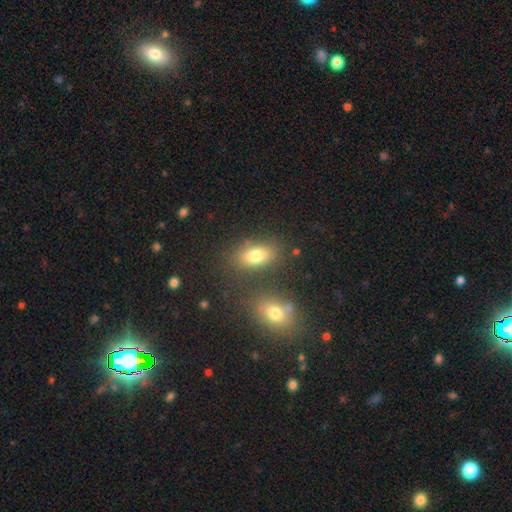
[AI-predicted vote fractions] The model was most divided on "merging": none: 74%, minor disturbance: 12%, merger: 10%, major disturbance: 4%. More confident: how rounded — in between (84%); smooth or featured — smooth (77%).